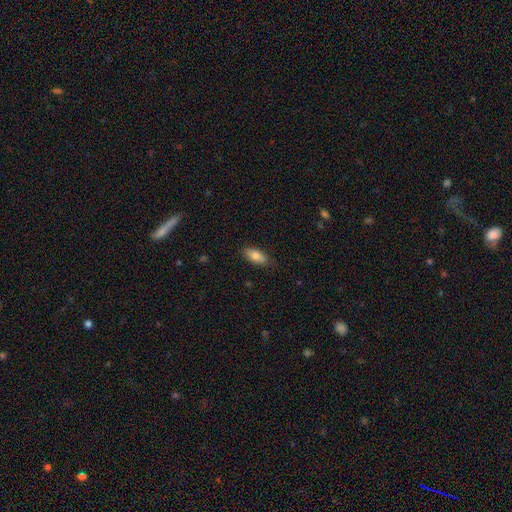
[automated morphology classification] smooth_or_featured: smooth (p=0.79) [alt: featured or disk p=0.14]
how_rounded: in between (p=0.85) [alt: cigar-shaped p=0.12]
merging: none (p=0.83) [alt: minor disturbance p=0.14]